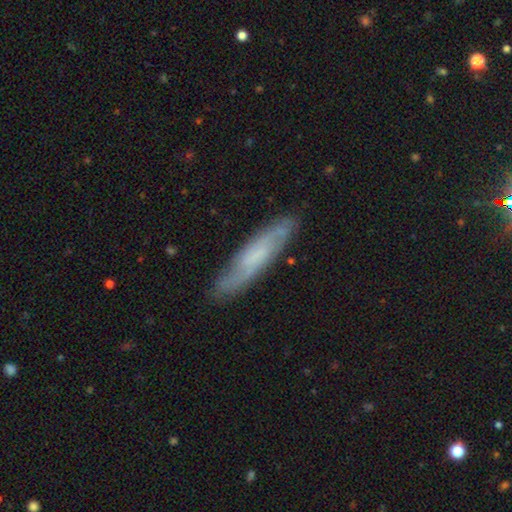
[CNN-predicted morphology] featured or disk 57%, smooth 36%, star or artifact 7%. Down the decision tree: edge-on disk — no (55%); merging — none (83%).